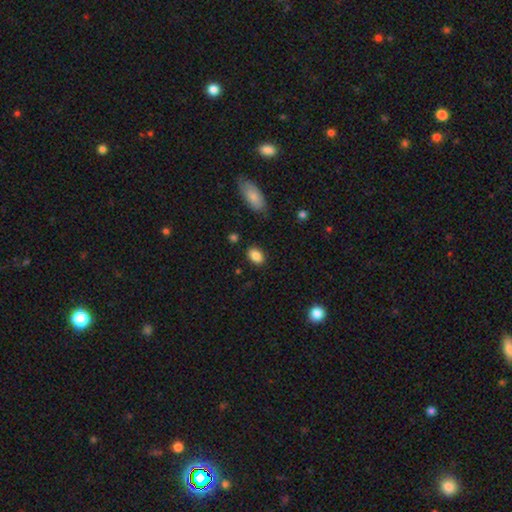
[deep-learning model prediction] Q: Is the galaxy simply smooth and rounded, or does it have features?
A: smooth — 86%.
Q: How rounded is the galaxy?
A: in between — 78%.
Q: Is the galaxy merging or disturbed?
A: none — 85%.